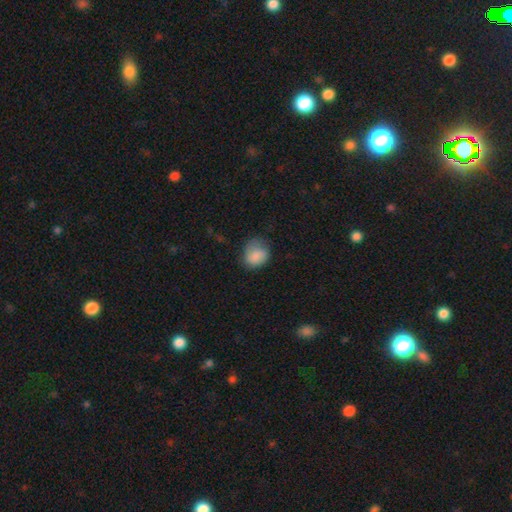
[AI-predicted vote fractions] smooth_or_featured: smooth (p=0.83) [alt: featured or disk p=0.10]
how_rounded: round (p=0.56) [alt: in between p=0.43]
merging: none (p=0.54) [alt: minor disturbance p=0.32]